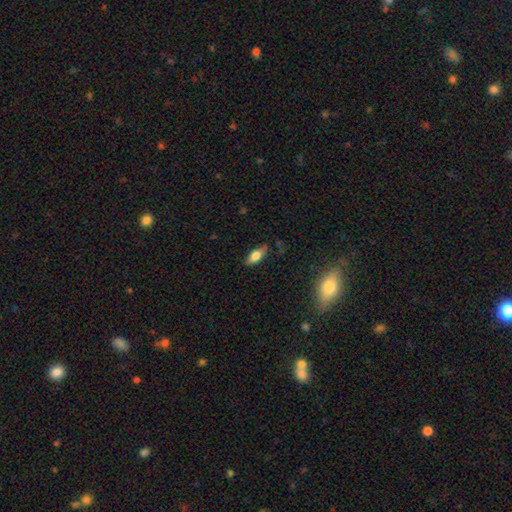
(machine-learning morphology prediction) type=smooth (71%); roundness=in between (79%); merging=none (78%).